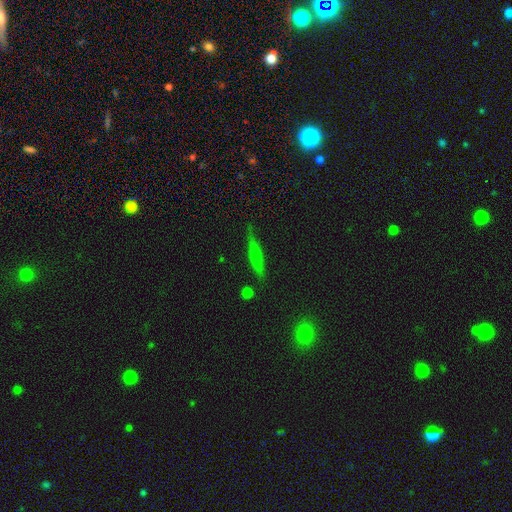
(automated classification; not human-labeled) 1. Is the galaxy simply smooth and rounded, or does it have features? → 59% smooth, 32% featured or disk, 9% star or artifact.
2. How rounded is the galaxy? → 89% cigar-shaped, 8% in between, 3% round.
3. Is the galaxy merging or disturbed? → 78% none, 15% minor disturbance, 4% major disturbance, 3% merger.